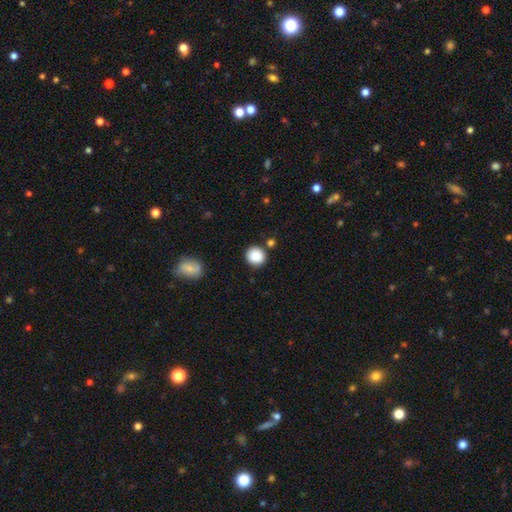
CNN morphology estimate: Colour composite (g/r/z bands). It shows a smooth galaxy with no disk features (88%) that is round (89%). Merging: none (85%).